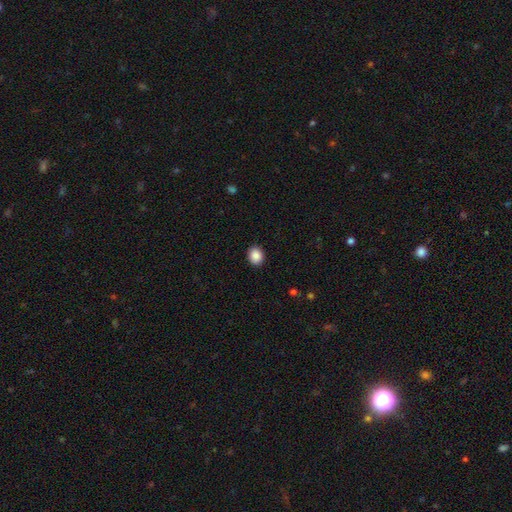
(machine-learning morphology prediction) type=smooth (88%); roundness=round (58%); merging=none (91%).